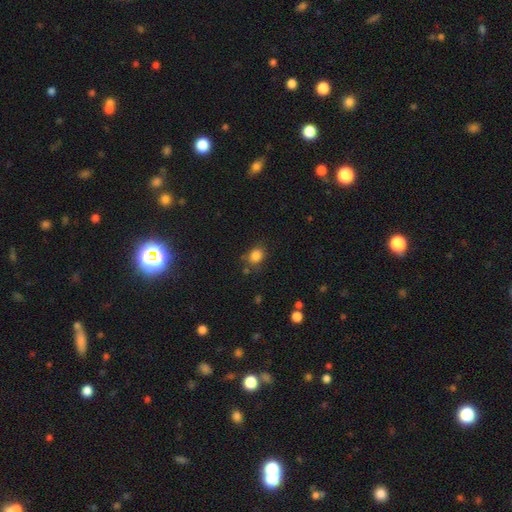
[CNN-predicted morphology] This appears to be a smooth galaxy with no disk features (84%) that is round (52%). Merging: none (71%).